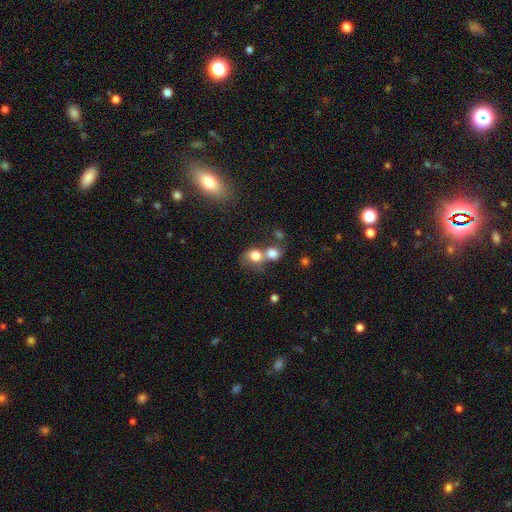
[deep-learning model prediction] smooth-or-featured: smooth: 76% | featured or disk: 13% | star or artifact: 11%
  how-rounded: round: 65% | in between: 33% | cigar-shaped: 1%
  merging: merger: 60% | none: 25% | minor disturbance: 8% | major disturbance: 6%